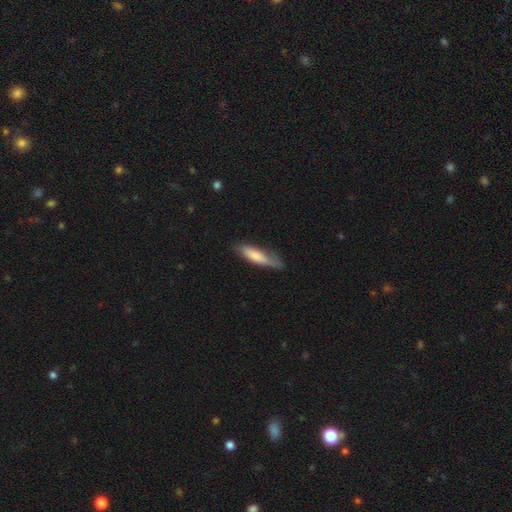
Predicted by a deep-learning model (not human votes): The model was most divided on "merging": none: 63%, minor disturbance: 28%, major disturbance: 7%, merger: 2%. More confident: smooth or featured — smooth (75%); how rounded — cigar-shaped (71%).